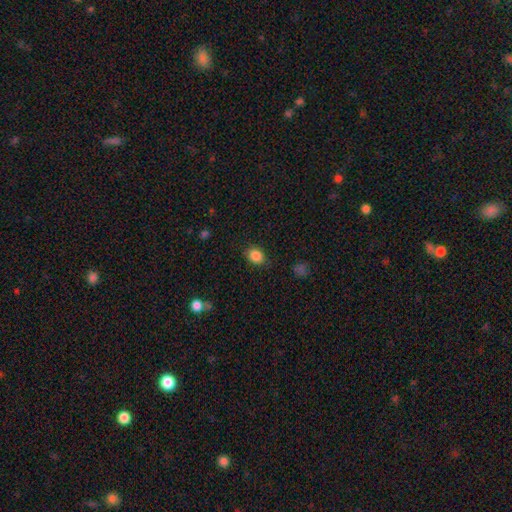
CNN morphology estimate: Smooth or featured? smooth (86%)
How rounded? in between (62%)
Merging? none (84%)